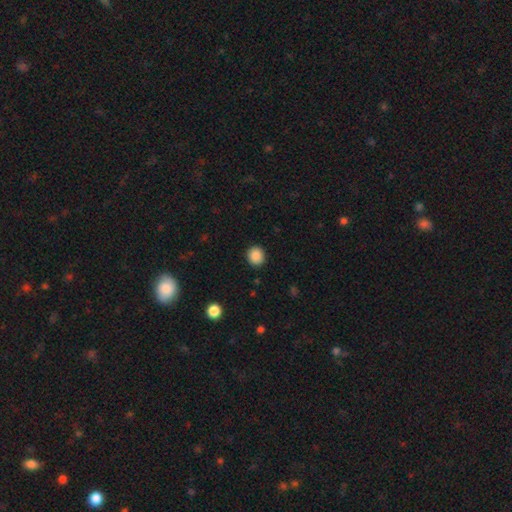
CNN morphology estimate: smooth_or_featured: smooth (p=0.88) [alt: star or artifact p=0.09]
how_rounded: round (p=0.85) [alt: in between p=0.14]
merging: none (p=0.91) [alt: minor disturbance p=0.06]